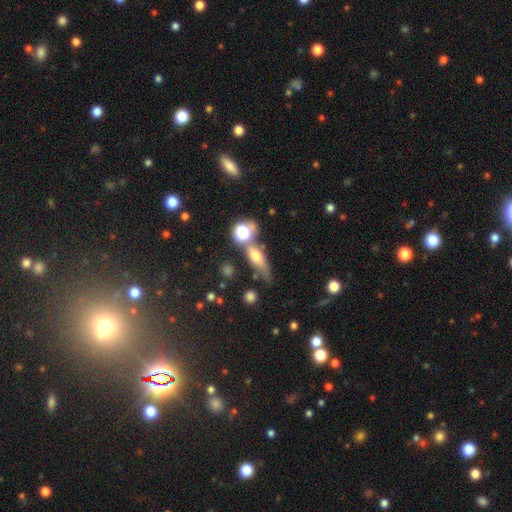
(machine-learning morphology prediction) A smooth galaxy with no disk features (57%) that is in between round and cigar-shaped (44%, tied with cigar-shaped). Merging: none (52%).